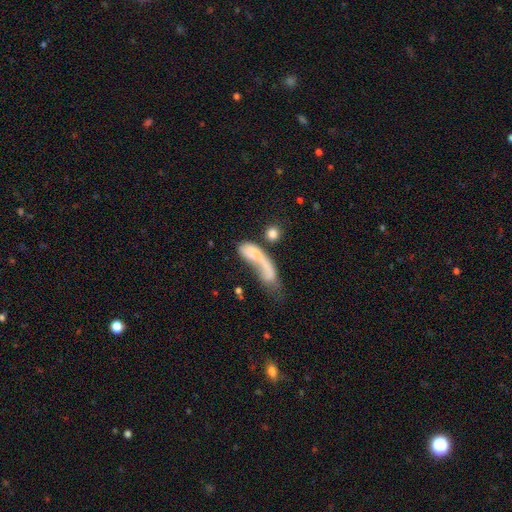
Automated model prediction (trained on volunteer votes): A smooth galaxy with no disk features (52%) that is in between round and cigar-shaped (48%). Merging: merger (36%).